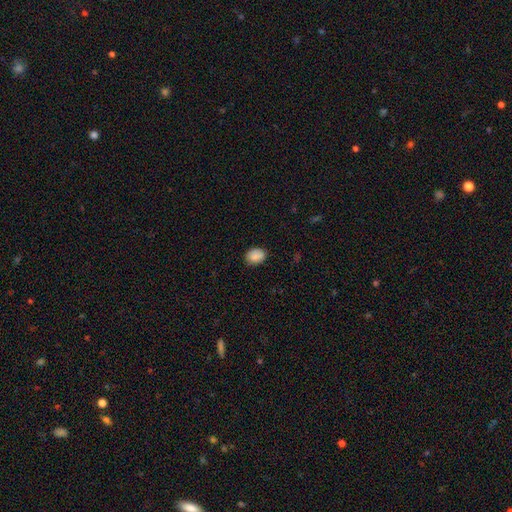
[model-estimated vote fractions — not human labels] Smooth or featured? smooth (86%)
How rounded? in between (62%)
Merging? none (79%)